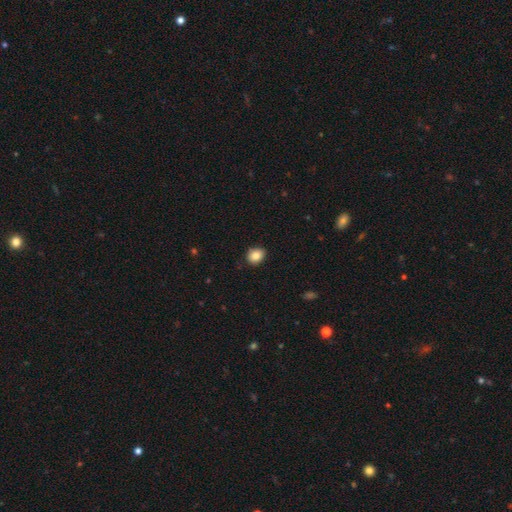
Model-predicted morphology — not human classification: This is clearly a smooth galaxy (86%). How rounded: possibly in between (52%). Merging: clearly none (84%).